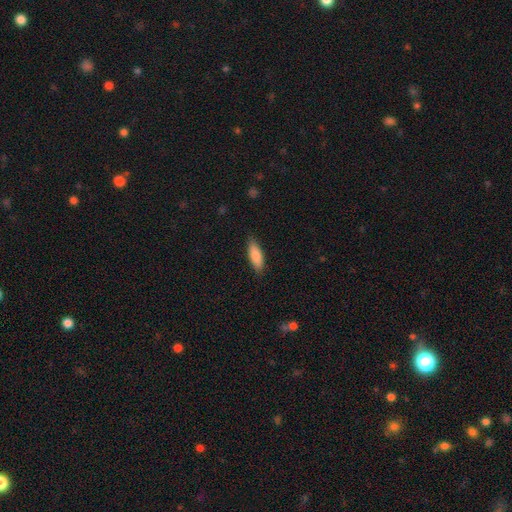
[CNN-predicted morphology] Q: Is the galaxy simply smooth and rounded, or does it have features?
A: smooth — 85%.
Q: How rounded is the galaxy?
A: in between — 61%.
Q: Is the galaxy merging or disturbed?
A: none — 86%.